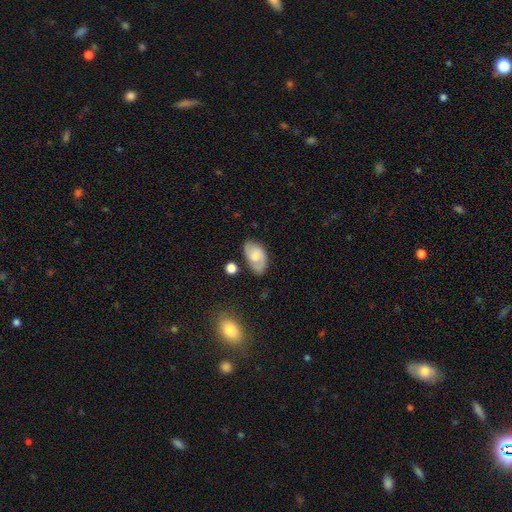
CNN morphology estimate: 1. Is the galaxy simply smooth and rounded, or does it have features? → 56% featured or disk, 37% smooth, 7% star or artifact.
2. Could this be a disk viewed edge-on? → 95% no, 5% yes.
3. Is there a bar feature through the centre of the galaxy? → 60% no, 34% weak, 5% strong.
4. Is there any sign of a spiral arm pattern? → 85% yes, 15% no.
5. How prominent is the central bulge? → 48% moderate, 36% small, 7% large, 7% none, 2% dominant.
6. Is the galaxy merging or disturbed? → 70% none, 21% minor disturbance, 6% major disturbance, 4% merger.